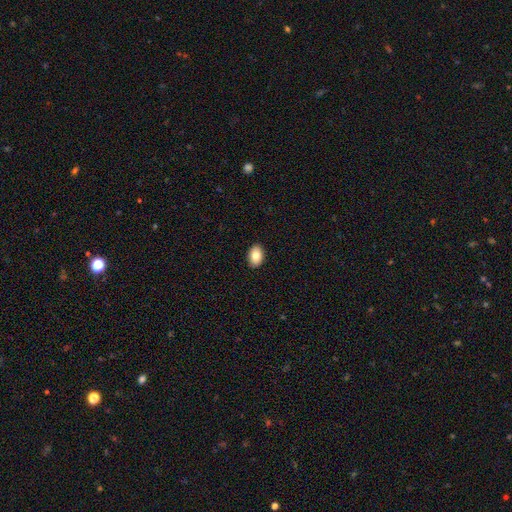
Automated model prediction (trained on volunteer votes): A smooth galaxy with no disk features (83%) that is in between round and cigar-shaped (86%).

Vote fractions:
- Smooth or featured? smooth: 83% / featured or disk: 10% / star or artifact: 7%
- How rounded? in between: 86% / round: 12% / cigar-shaped: 1%
- Merging? none: 91% / minor disturbance: 7% / major disturbance: 2% / merger: 1%